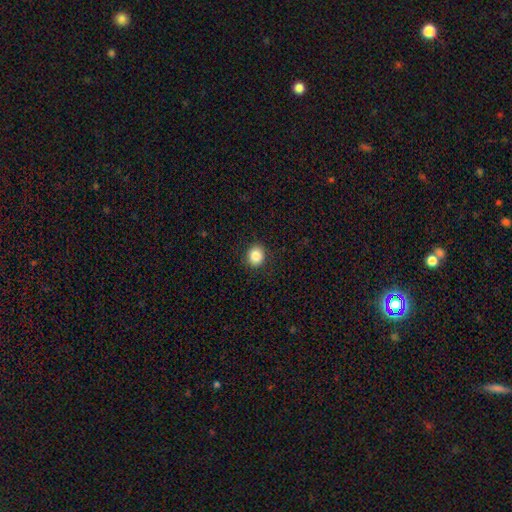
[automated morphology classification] This is clearly a smooth galaxy (85%). How rounded: likely round (80%). Merging: clearly none (90%).